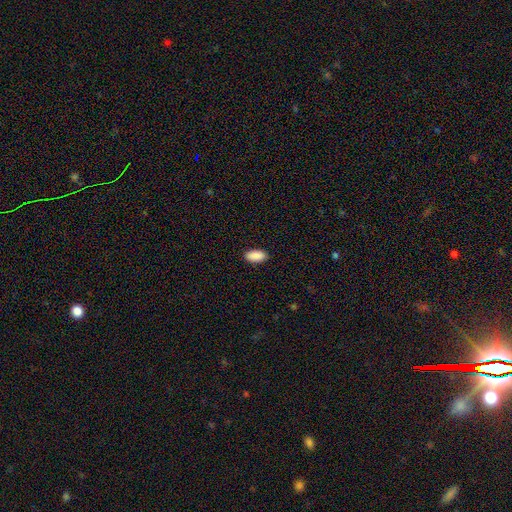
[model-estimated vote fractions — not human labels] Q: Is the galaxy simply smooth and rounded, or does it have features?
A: smooth — 91%.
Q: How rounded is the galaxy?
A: in between — 92%.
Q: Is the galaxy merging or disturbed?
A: none — 90%.